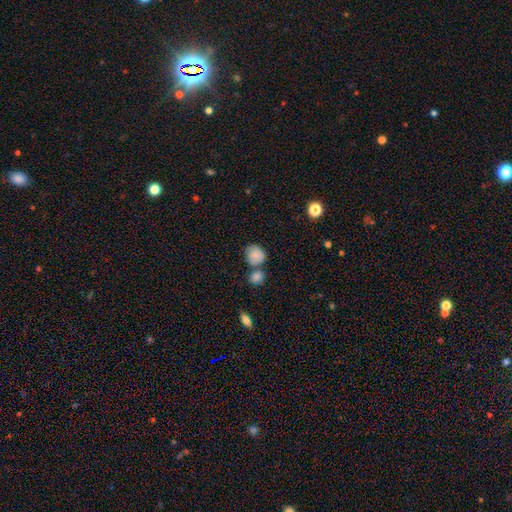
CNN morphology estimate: This is clearly a smooth galaxy (83%). How rounded: likely round (78%). Merging: possibly none (51%).